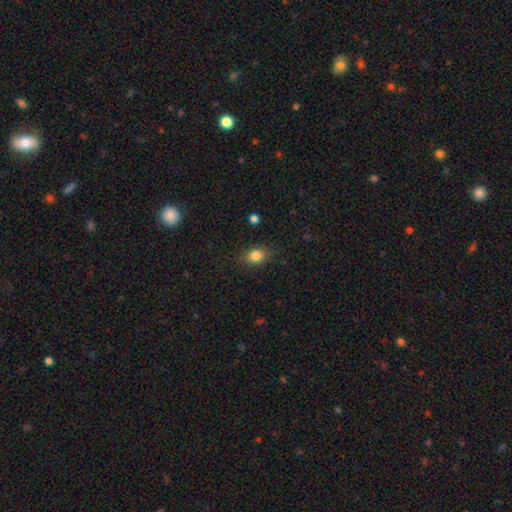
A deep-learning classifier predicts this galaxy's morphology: A smooth galaxy with no disk features (83%) that is in between round and cigar-shaped (59%).

Vote fractions:
- Smooth or featured? smooth: 83% / star or artifact: 11% / featured or disk: 6%
- How rounded? in between: 59% / round: 40% / cigar-shaped: 2%
- Merging? none: 84% / minor disturbance: 12% / major disturbance: 3% / merger: 1%